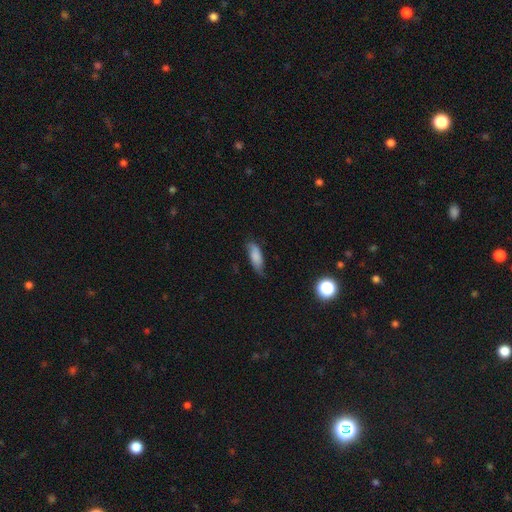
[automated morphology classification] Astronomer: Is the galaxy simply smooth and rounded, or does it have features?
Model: smooth — 75%.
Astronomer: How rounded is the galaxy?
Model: in between — 68%.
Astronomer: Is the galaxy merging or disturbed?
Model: none — 61%.